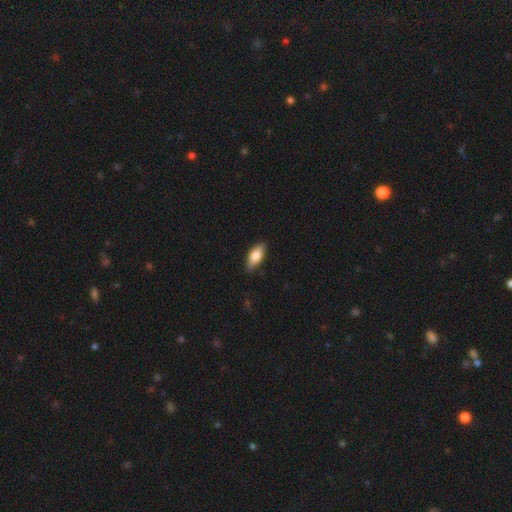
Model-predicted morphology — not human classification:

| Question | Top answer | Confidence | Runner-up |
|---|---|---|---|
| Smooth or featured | smooth | 78% | featured or disk (16%) |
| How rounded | in between | 81% | cigar-shaped (17%) |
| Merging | none | 84% | minor disturbance (13%) |